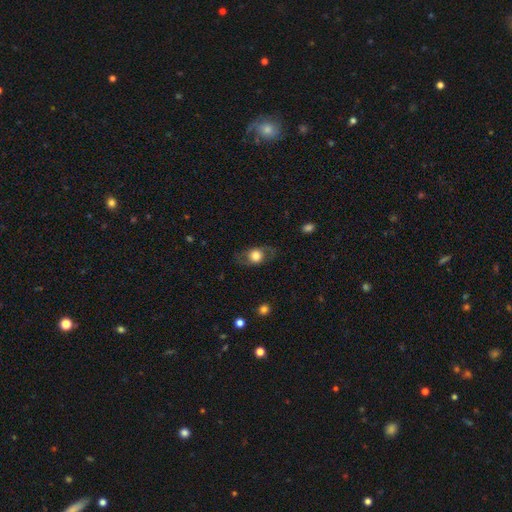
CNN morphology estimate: Smooth or featured? smooth (53%)
How rounded? round (52%)
Merging? none (75%)